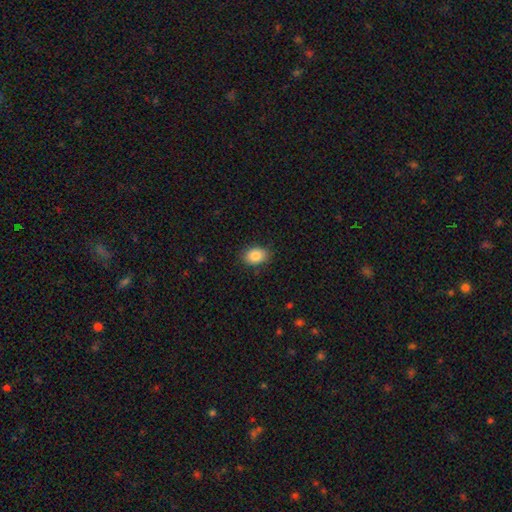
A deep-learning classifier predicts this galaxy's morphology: This appears to be a smooth galaxy with no disk features (86%) that is in between round and cigar-shaped (73%). Merging: none (85%).